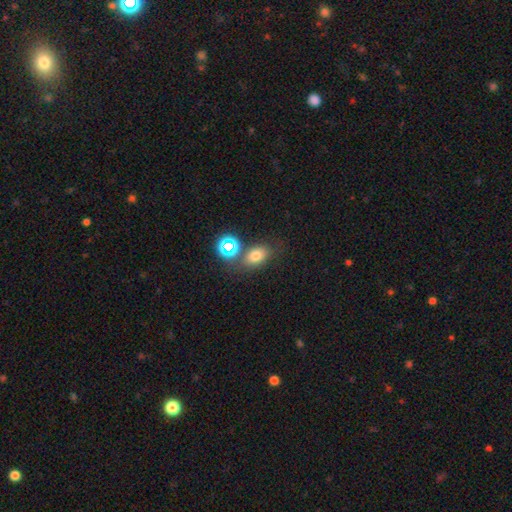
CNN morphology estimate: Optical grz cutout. It shows a smooth galaxy with no disk features (69%) that is in between round and cigar-shaped (70%). Merging: none (67%).